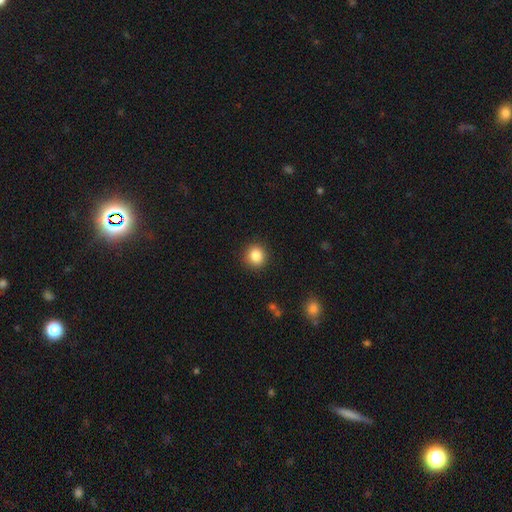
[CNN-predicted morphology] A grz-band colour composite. It shows a smooth galaxy with no disk features (84%) that is round (89%). Merging: none (91%).